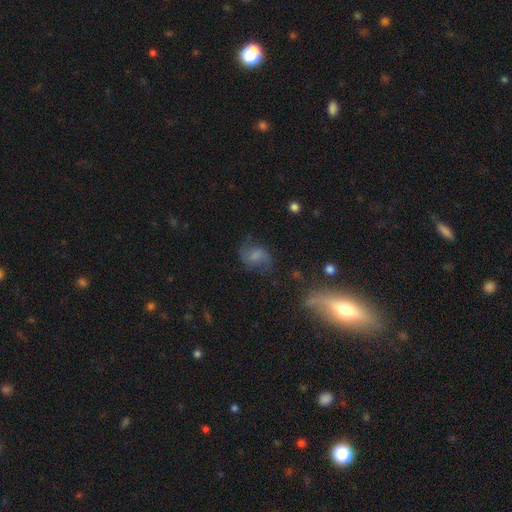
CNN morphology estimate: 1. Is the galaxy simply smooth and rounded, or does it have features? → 45% smooth, 42% featured or disk, 13% star or artifact.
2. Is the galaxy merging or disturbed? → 55% none, 25% minor disturbance, 18% major disturbance, 3% merger.